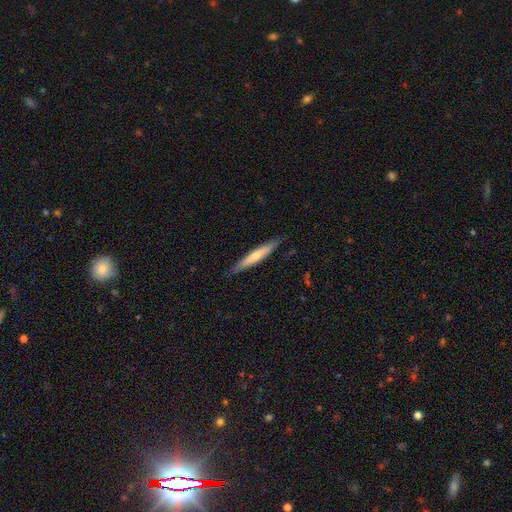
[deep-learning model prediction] smooth 57%, featured or disk 38%, star or artifact 5%. Down the decision tree: how rounded — cigar-shaped (94%); merging — none (87%).